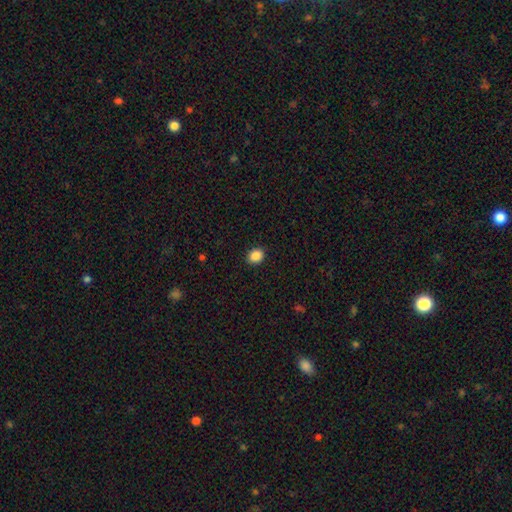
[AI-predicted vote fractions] This is clearly a smooth galaxy (88%). How rounded: possibly round (58%). Merging: clearly none (91%).